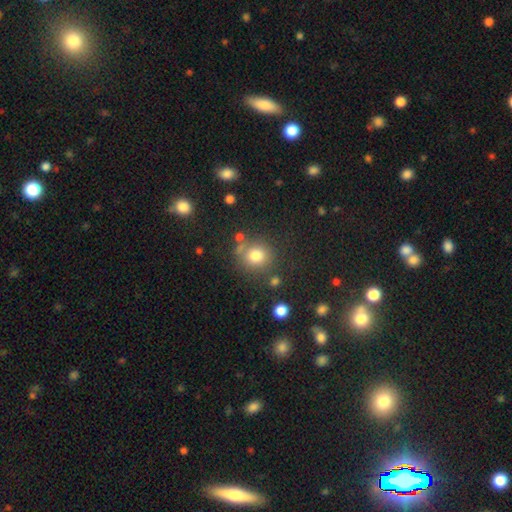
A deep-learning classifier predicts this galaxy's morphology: Smooth or featured? Predicted: smooth (p=0.78). How rounded? Predicted: round (p=0.87). Merging? Predicted: none (p=0.75).